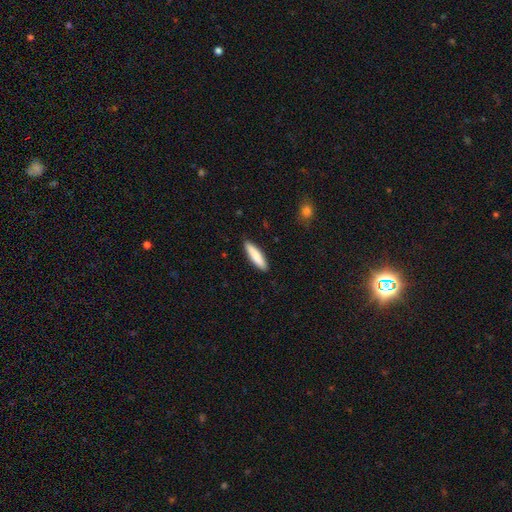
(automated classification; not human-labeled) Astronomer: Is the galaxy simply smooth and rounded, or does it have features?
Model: smooth — 84%.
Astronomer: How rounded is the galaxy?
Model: cigar-shaped — 74%.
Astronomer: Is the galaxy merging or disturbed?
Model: none — 89%.